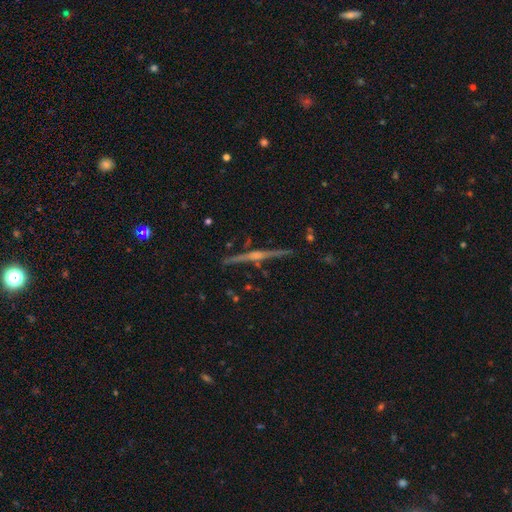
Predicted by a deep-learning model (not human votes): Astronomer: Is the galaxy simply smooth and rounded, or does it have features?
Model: featured or disk — 84%.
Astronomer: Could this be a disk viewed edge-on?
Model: yes — 98%.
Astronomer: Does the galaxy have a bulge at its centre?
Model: rounded — 81%.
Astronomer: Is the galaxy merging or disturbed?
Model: none — 90%.